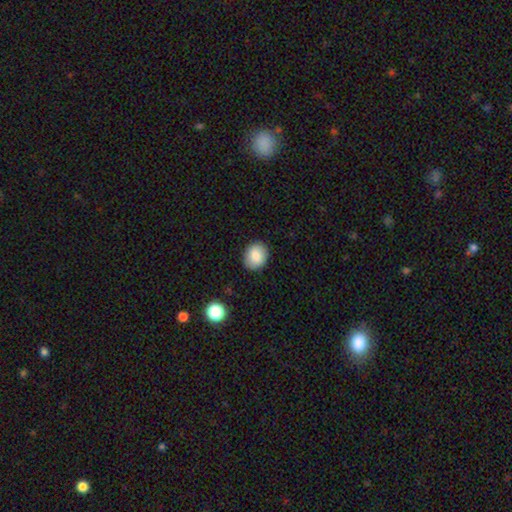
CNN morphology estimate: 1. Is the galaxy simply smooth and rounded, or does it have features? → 84% smooth, 8% star or artifact, 8% featured or disk.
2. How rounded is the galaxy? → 55% round, 44% in between, 1% cigar-shaped.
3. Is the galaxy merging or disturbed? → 87% none, 10% minor disturbance, 2% major disturbance, 1% merger.